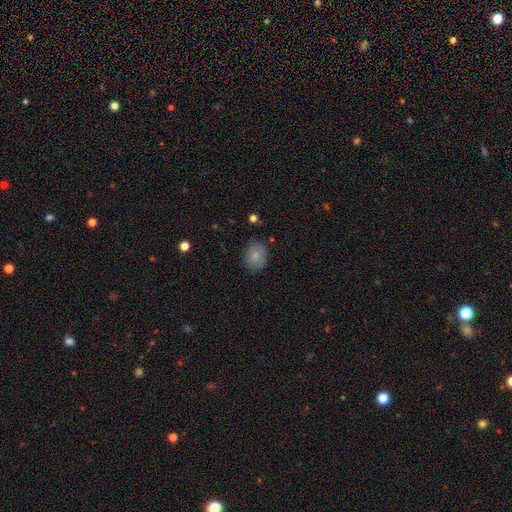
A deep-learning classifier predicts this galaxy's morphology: The model was most divided on "how rounded": round: 57%, in between: 42%, cigar-shaped: 1%. More confident: merging — none (82%); smooth or featured — smooth (81%).